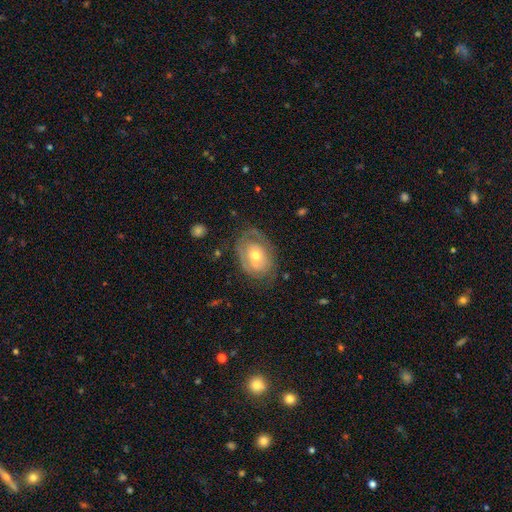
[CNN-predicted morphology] featured or disk 66%, smooth 27%, star or artifact 7%. Down the decision tree: edge-on disk — no (94%); bar — no (79%); spiral arms — yes (61%); bulge size — moderate (64%); merging — none (62%).